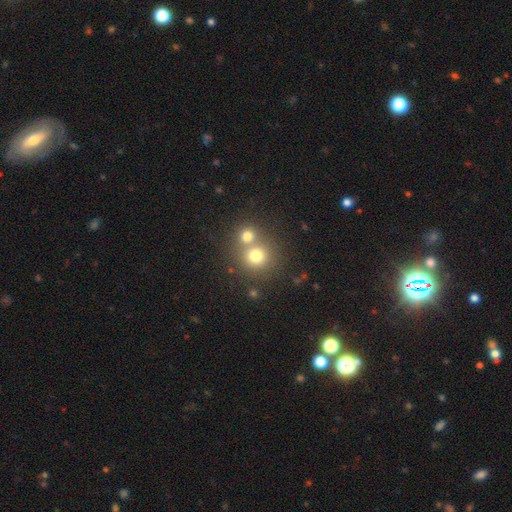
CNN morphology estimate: Smooth or featured: smooth — 74% (star or artifact — 14%)
How rounded: round — 88% (in between — 11%)
Merging: none — 49% (merger — 43%)